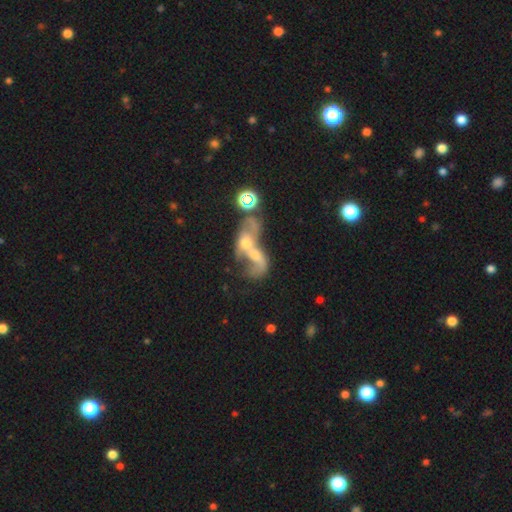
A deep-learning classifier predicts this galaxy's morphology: Smooth or featured? Predicted: featured or disk (p=0.51). Edge-on disk? Predicted: no (p=0.93). Merging? Predicted: merger (p=0.77).